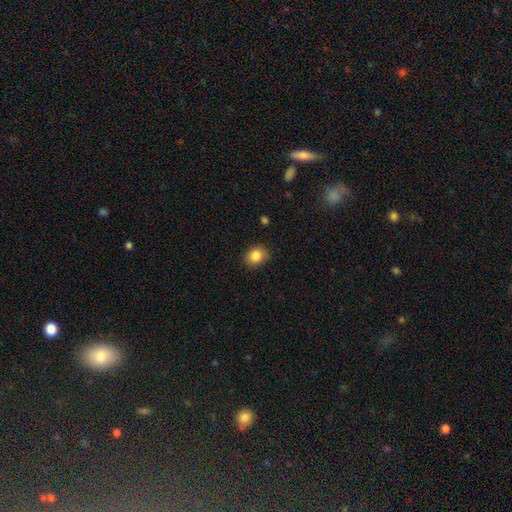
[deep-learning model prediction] Q: Smooth or featured?
A: smooth (85%); runner-up: star or artifact (9%)
Q: How rounded?
A: round (61%); runner-up: in between (38%)
Q: Merging?
A: none (81%); runner-up: minor disturbance (15%)